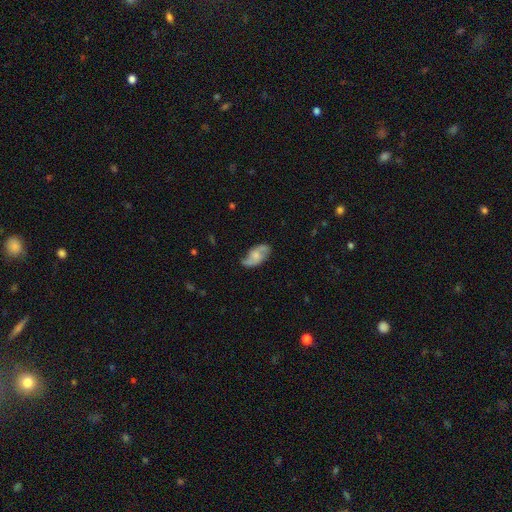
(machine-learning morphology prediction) Q: Smooth or featured?
A: featured or disk (58%); runner-up: smooth (35%)
Q: Edge-on disk?
A: no (94%); runner-up: yes (6%)
Q: Bar?
A: no (60%); runner-up: weak (33%)
Q: Spiral arms?
A: yes (87%); runner-up: no (13%)
Q: Bulge size?
A: small (33%); tied with: moderate (33%)
Q: Merging?
A: none (64%); runner-up: minor disturbance (25%)